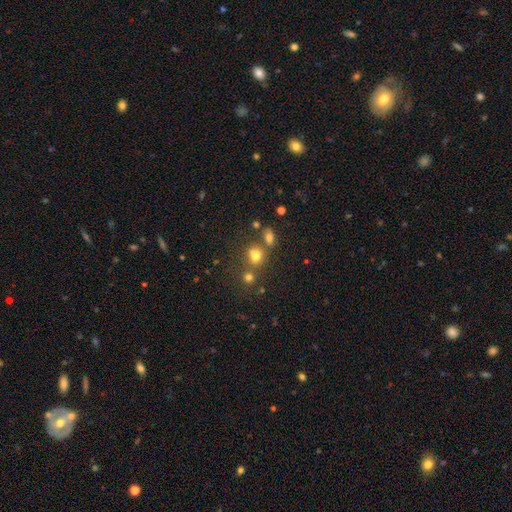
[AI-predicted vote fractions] smooth_or_featured: smooth (p=0.69) [alt: star or artifact p=0.19]
how_rounded: round (p=0.71) [alt: in between p=0.28]
merging: none (p=0.49) [alt: merger p=0.36]